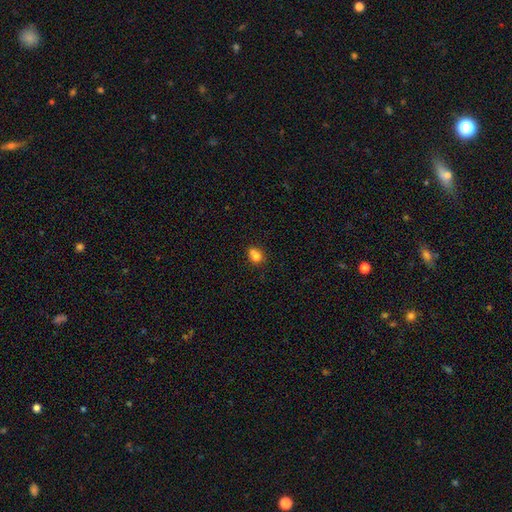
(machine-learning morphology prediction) smooth 76%, featured or disk 12%, star or artifact 12%. Down the decision tree: how rounded — round (56%); merging — none (44%).